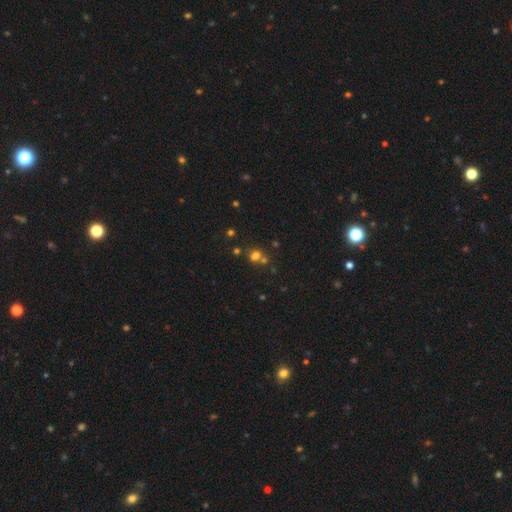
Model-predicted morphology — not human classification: Smooth or featured? Predicted: smooth (p=0.61). How rounded? Predicted: round (p=0.71). Merging? Predicted: none (p=0.48).